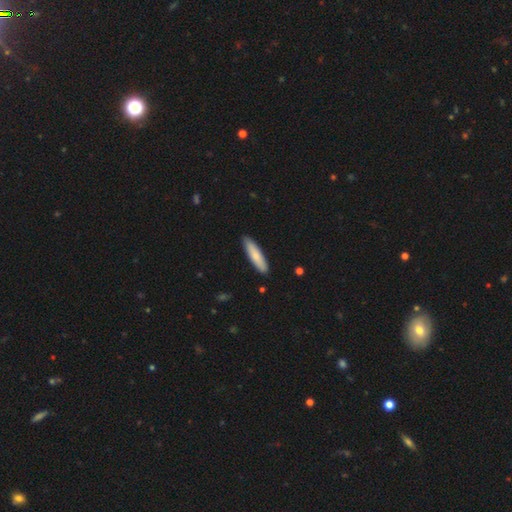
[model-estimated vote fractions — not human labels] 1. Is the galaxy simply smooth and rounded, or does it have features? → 76% smooth, 19% featured or disk, 5% star or artifact.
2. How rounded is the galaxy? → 80% cigar-shaped, 19% in between, 1% round.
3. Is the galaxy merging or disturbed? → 89% none, 8% minor disturbance, 1% major disturbance, 1% merger.